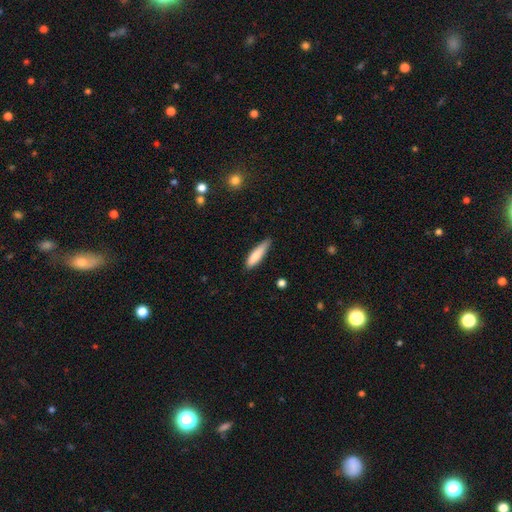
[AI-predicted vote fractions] The model was most divided on "how rounded": cigar-shaped: 71%, in between: 28%, round: 2%. More confident: smooth or featured — smooth (82%); merging — none (70%).